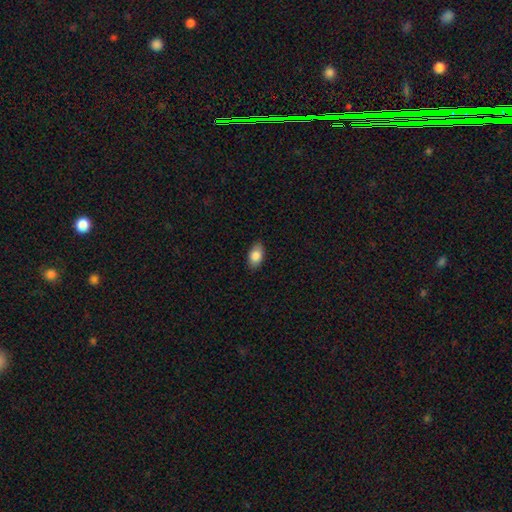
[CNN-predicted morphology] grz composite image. It shows a smooth galaxy with no disk features (85%) that is in between round and cigar-shaped (90%). Merging: none (86%).